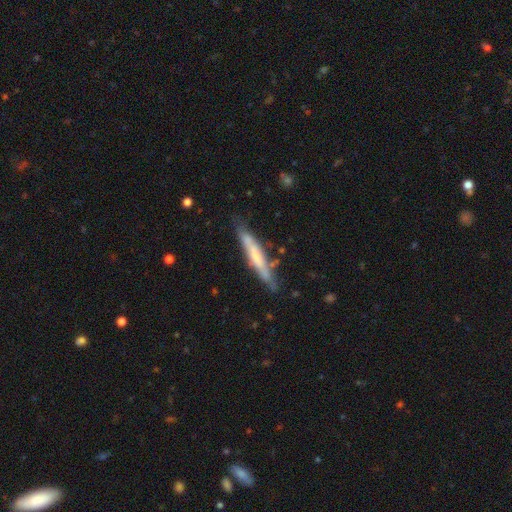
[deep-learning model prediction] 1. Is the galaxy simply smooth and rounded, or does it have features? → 52% featured or disk, 42% smooth, 6% star or artifact.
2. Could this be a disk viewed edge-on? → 86% yes, 14% no.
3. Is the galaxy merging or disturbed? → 71% none, 20% minor disturbance, 5% major disturbance, 4% merger.